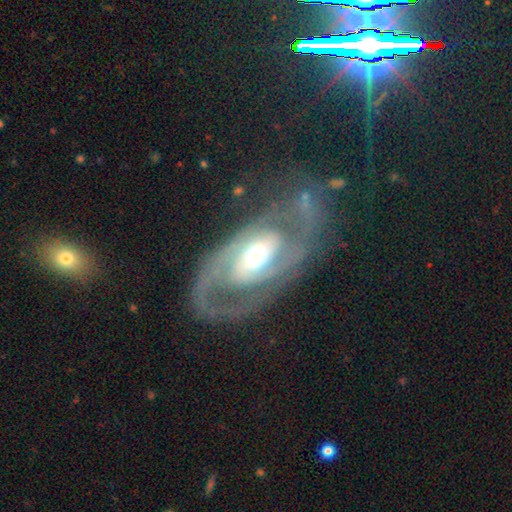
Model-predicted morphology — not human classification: featured or disk 86%, smooth 8%, star or artifact 6%. Down the decision tree: edge-on disk — no (94%); bar — no (50%); spiral arms — yes (87%); spiral arm count — 2 (72%); spiral winding — tight (44%); bulge size — moderate (64%); merging — none (67%).